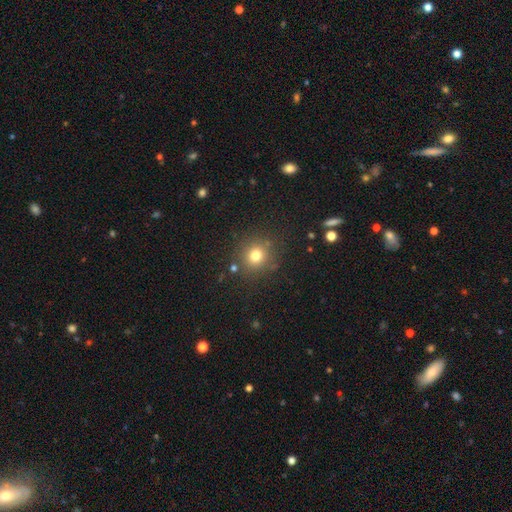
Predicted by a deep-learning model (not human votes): This appears to be a smooth galaxy with no disk features (76%) that is round (91%). Merging: none (84%).